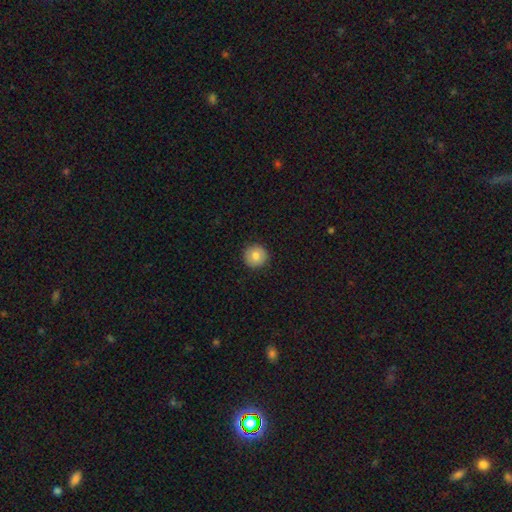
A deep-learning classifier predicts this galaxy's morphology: smooth 82%, featured or disk 10%, star or artifact 8%. Down the decision tree: how rounded — round (95%); merging — none (91%).